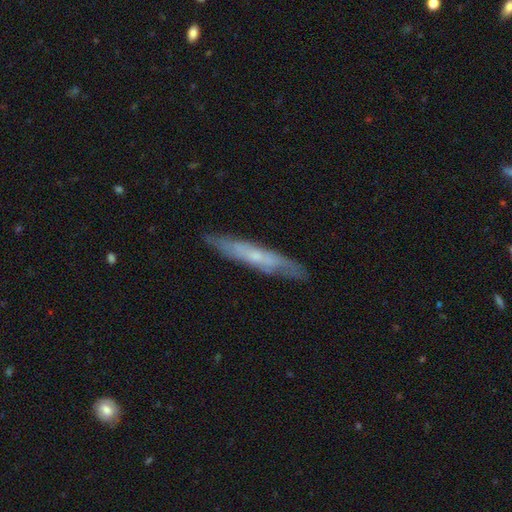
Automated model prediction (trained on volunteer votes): This appears to be a featured or disk galaxy (57%) viewed edge-on (71%). Merging: none (83%).